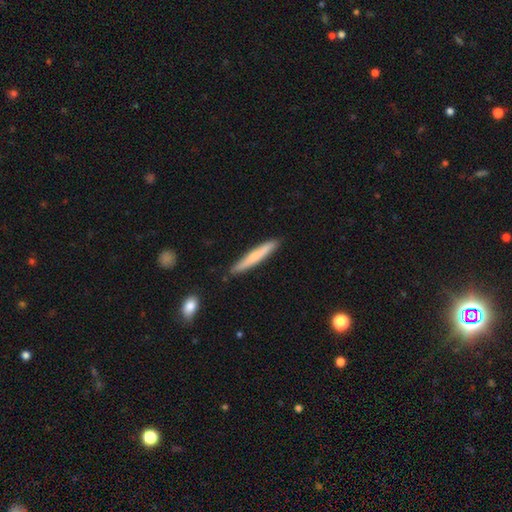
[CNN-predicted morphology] This appears to be a smooth galaxy with no disk features (65%) that is cigar-shaped (95%). Merging: none (88%).